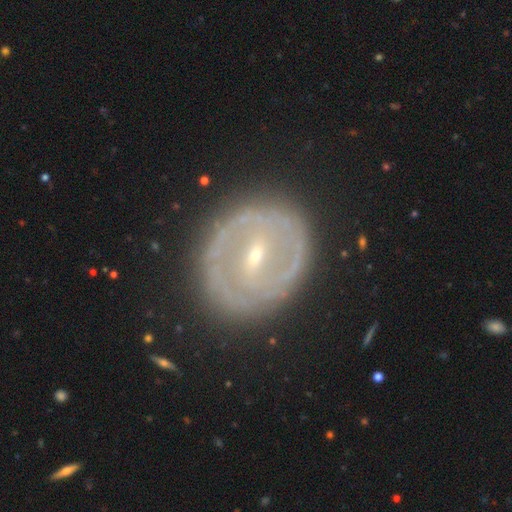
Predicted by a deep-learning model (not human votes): smooth_or_featured: featured or disk (p=0.78) [alt: smooth p=0.15]
disk_edge_on: no (p=0.95) [alt: yes p=0.05]
bar: strong (p=0.45) [alt: weak p=0.38]
has_spiral_arms: yes (p=0.63) [alt: no p=0.37]
bulge_size: small (p=0.76) [alt: moderate p=0.21]
merging: none (p=0.79) [alt: minor disturbance p=0.13]